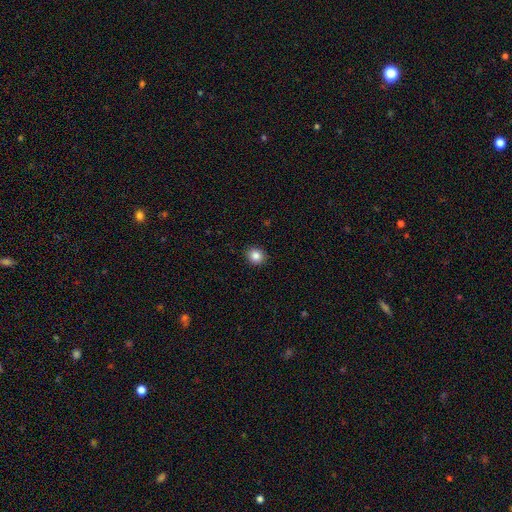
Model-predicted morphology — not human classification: This is clearly a smooth galaxy (85%). How rounded: likely round (75%). Merging: clearly none (91%).